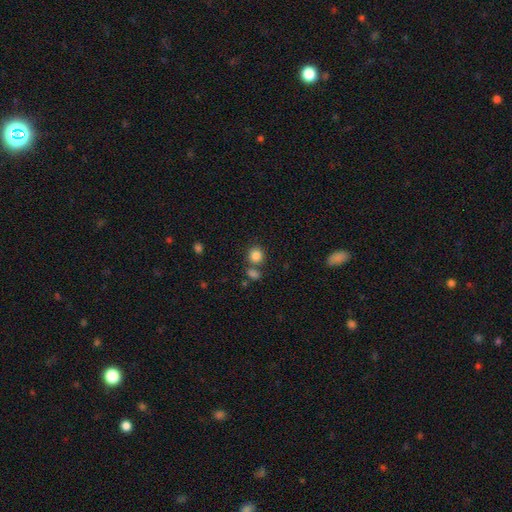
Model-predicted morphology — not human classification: Q: Smooth or featured?
A: smooth (84%); runner-up: star or artifact (11%)
Q: How rounded?
A: round (85%); runner-up: in between (14%)
Q: Merging?
A: none (67%); runner-up: merger (20%)